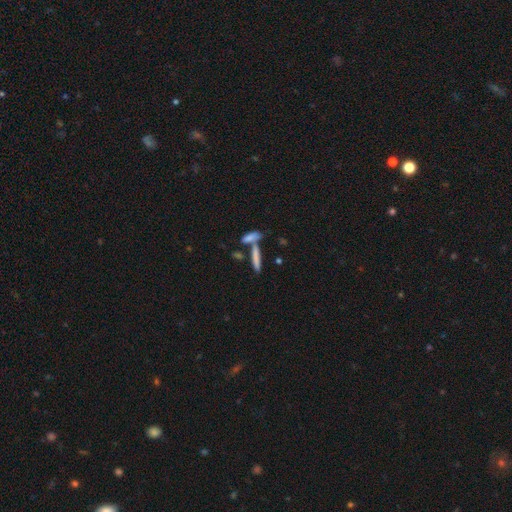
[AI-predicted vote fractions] smooth 68%, featured or disk 22%, star or artifact 10%. Down the decision tree: how rounded — cigar-shaped (80%); merging — none (52%).